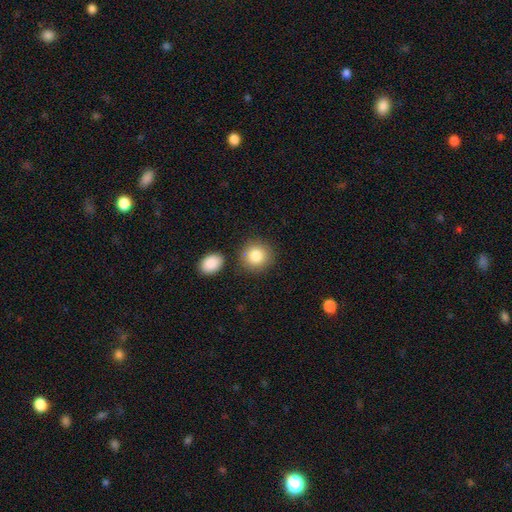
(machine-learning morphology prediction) smooth-or-featured: smooth: 85% | star or artifact: 8% | featured or disk: 7%
  how-rounded: round: 87% | in between: 12% | cigar-shaped: 1%
  merging: none: 78% | minor disturbance: 9% | merger: 9% | major disturbance: 3%